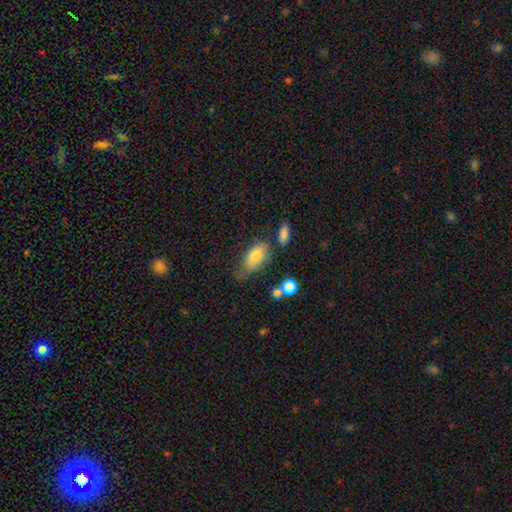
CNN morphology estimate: The model was most divided on "merging": none: 43%, minor disturbance: 35%, major disturbance: 14%, merger: 8%. More confident: how rounded — in between (88%); smooth or featured — smooth (77%).